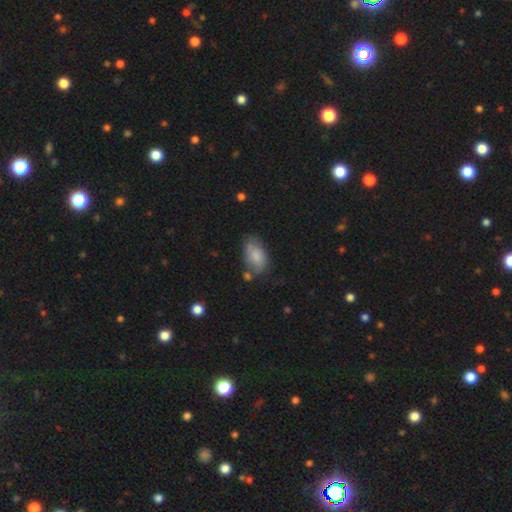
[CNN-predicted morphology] Overall: smooth (75%). How rounded: in between (92%). Merging: none (53%; minor disturbance 28%).